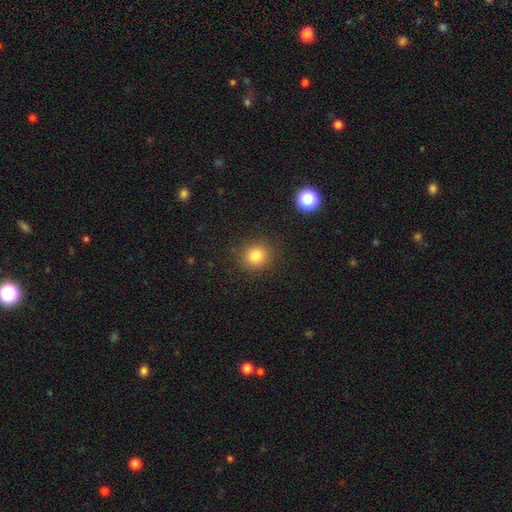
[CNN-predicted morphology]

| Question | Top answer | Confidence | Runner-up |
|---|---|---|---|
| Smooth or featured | smooth | 82% | star or artifact (12%) |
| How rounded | round | 85% | in between (14%) |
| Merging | none | 87% | minor disturbance (8%) |